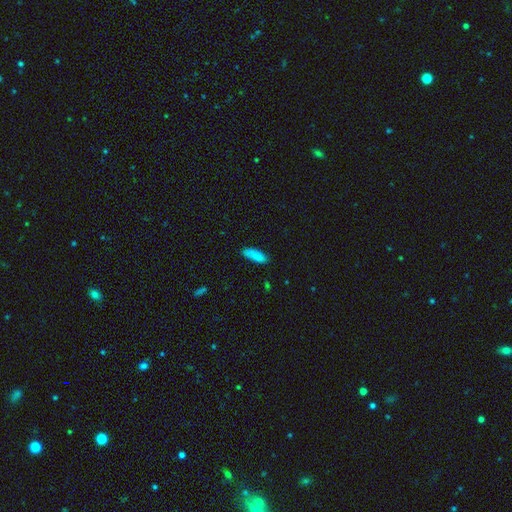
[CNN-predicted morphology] A smooth galaxy with no disk features (87%) that is in between round and cigar-shaped (53%).

Vote fractions:
- Smooth or featured? smooth: 87% / star or artifact: 7% / featured or disk: 6%
- How rounded? in between: 53% / cigar-shaped: 46% / round: 2%
- Merging? none: 79% / minor disturbance: 16% / major disturbance: 3% / merger: 2%